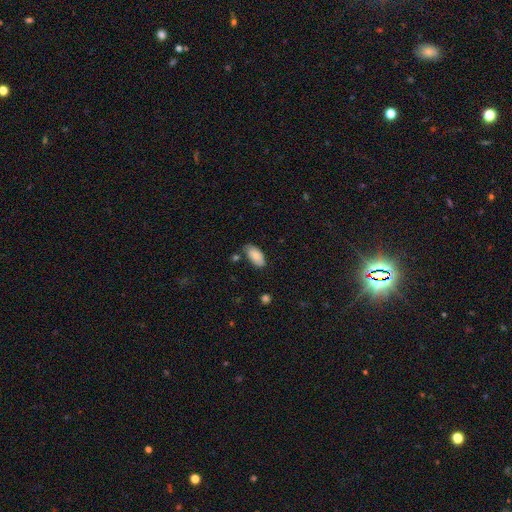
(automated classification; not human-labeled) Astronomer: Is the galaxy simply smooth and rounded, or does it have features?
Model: smooth — 81%.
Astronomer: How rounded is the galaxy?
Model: in between — 95%.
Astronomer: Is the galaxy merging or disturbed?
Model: none — 68%.